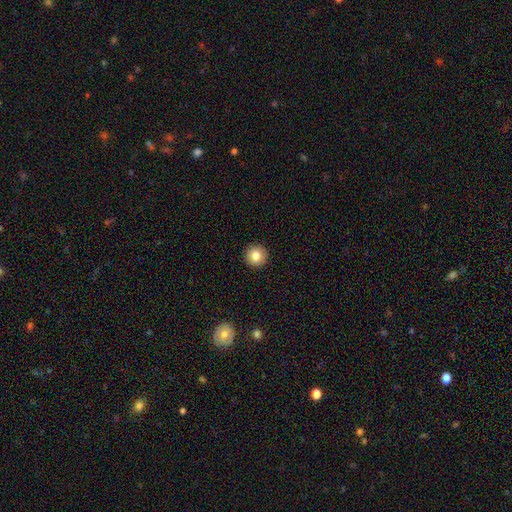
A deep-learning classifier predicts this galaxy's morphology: Overall: smooth (83%). How rounded: round (96%). Merging: none (94%).